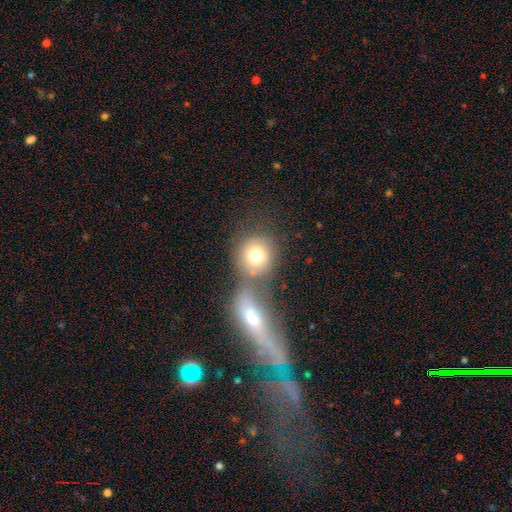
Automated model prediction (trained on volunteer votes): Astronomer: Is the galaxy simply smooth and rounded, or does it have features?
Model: smooth — 74%.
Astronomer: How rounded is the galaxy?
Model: round — 79%.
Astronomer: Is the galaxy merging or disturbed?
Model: merger — 45% (runner-up: none, 41%).